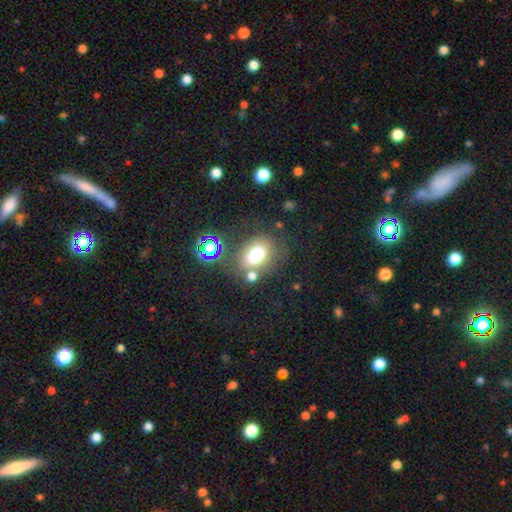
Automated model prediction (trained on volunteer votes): smooth-or-featured: smooth: 72% | star or artifact: 15% | featured or disk: 14%
  how-rounded: in between: 74% | round: 24% | cigar-shaped: 2%
  merging: none: 64% | minor disturbance: 15% | merger: 14% | major disturbance: 7%